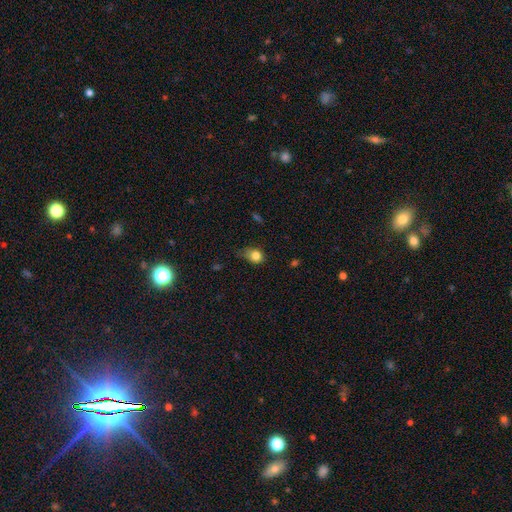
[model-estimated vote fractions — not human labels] This appears to be a smooth galaxy with no disk features (82%) that is round (61%). Merging: none (42%).